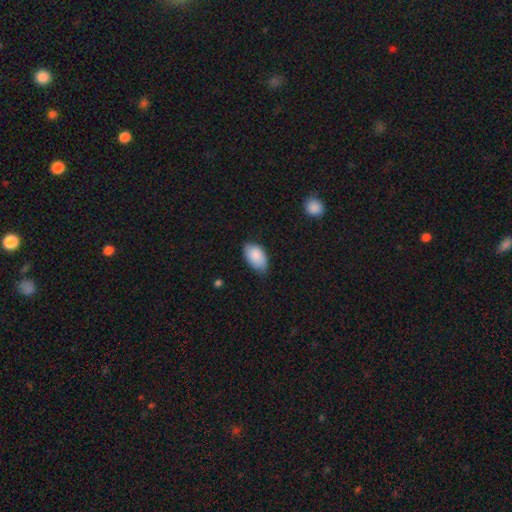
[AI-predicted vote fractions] smooth 86%, featured or disk 7%, star or artifact 6%. Down the decision tree: how rounded — in between (93%); merging — none (67%).